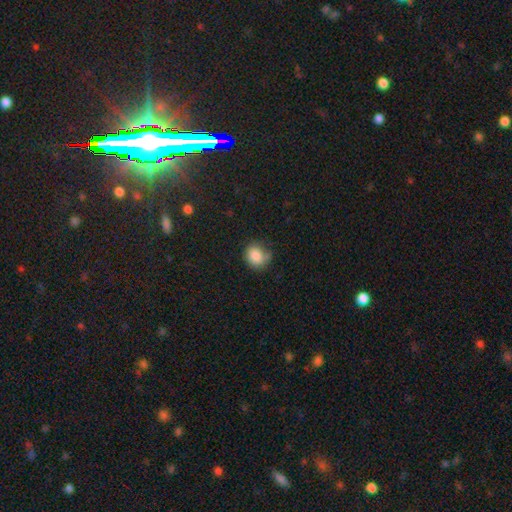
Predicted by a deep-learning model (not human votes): Overall: smooth (85%). How rounded: round (68%; in between 31%). Merging: none (62%; minor disturbance 27%).